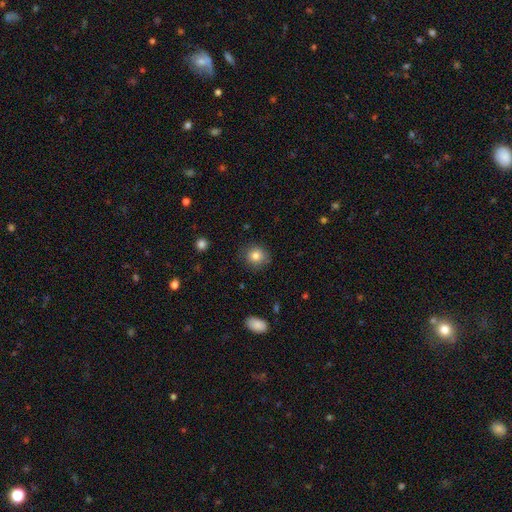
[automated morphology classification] A smooth galaxy with no disk features (81%) that is round (85%). Merging: none (84%).